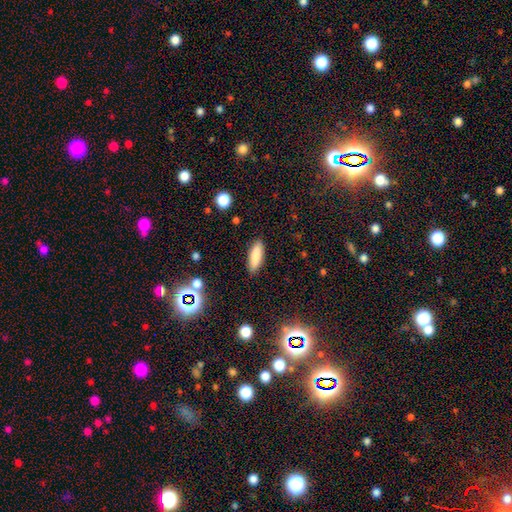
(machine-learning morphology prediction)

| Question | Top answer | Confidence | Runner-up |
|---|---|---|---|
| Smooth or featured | smooth | 85% | star or artifact (8%) |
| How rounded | in between | 61% | cigar-shaped (37%) |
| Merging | none | 89% | minor disturbance (8%) |